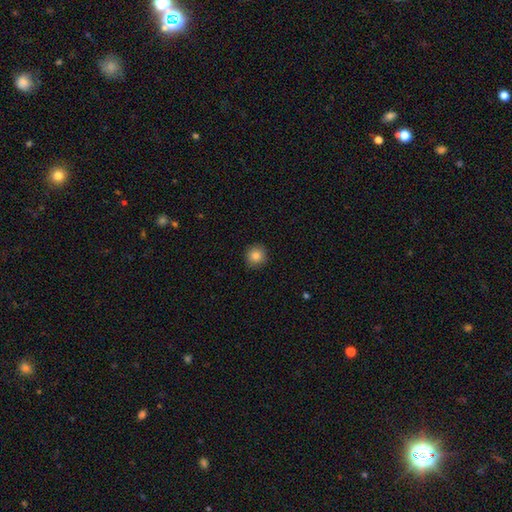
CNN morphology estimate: A smooth galaxy with no disk features (84%) that is round (93%). Merging: none (90%).